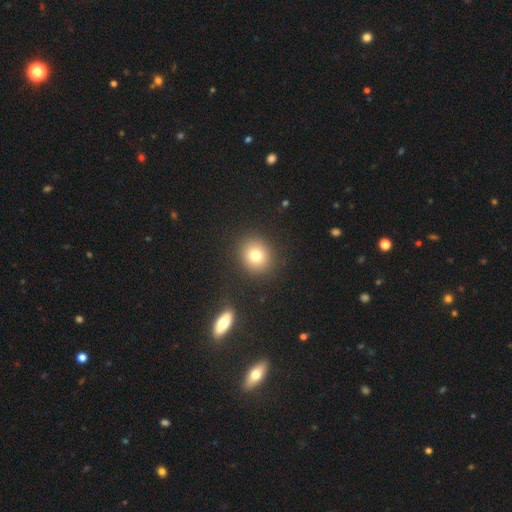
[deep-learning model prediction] The model was most divided on "how rounded": round: 80%, in between: 19%, cigar-shaped: 1%. More confident: merging — none (88%); smooth or featured — smooth (77%).